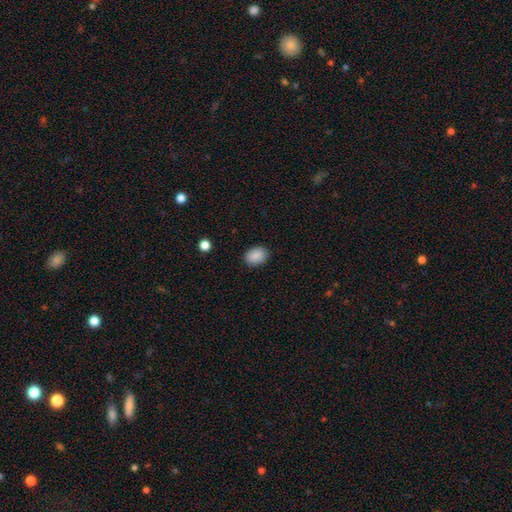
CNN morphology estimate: smooth 89%, star or artifact 8%, featured or disk 3%. Down the decision tree: how rounded — in between (69%); merging — none (88%).